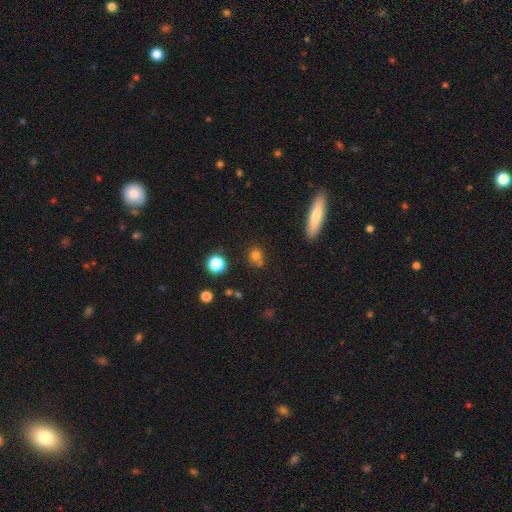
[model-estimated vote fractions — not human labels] Smooth or featured?
  - smooth: 74% *
  - star or artifact: 16%
  - featured or disk: 9%
How rounded?
  - round: 82% *
  - in between: 16%
  - cigar-shaped: 2%
Merging?
  - none: 66% *
  - merger: 18%
  - minor disturbance: 12%
  - major disturbance: 4%